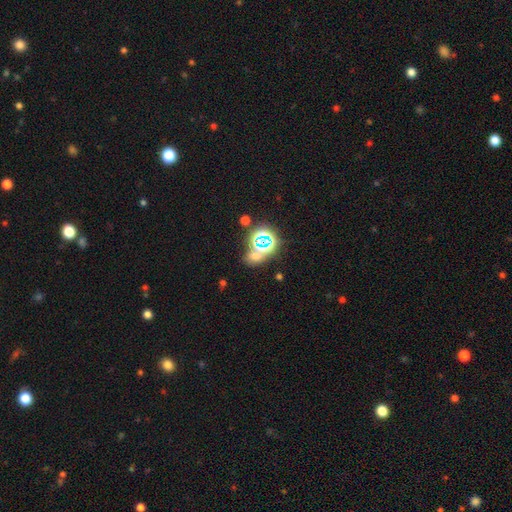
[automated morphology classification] The model was most divided on "smooth or featured": star or artifact: 56%, smooth: 34%, featured or disk: 10%.